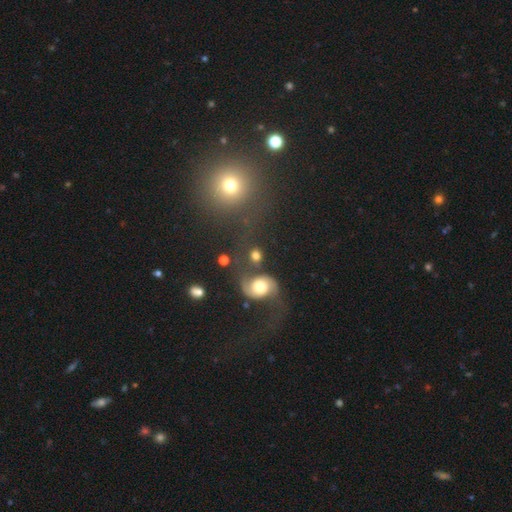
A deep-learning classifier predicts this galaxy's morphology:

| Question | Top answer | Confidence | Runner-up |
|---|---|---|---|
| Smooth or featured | smooth | 53% | featured or disk (35%) |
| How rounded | round | 64% | in between (34%) |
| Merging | none | 58% | merger (16%) |